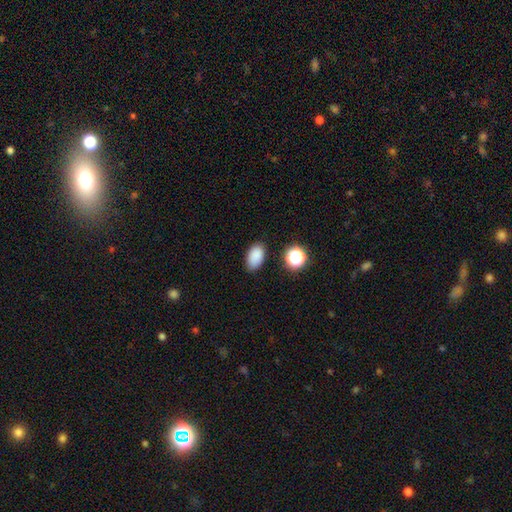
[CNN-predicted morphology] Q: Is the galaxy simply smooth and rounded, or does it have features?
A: smooth — 85%.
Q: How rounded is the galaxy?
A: in between — 90%.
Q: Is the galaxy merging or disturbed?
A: none — 80%.